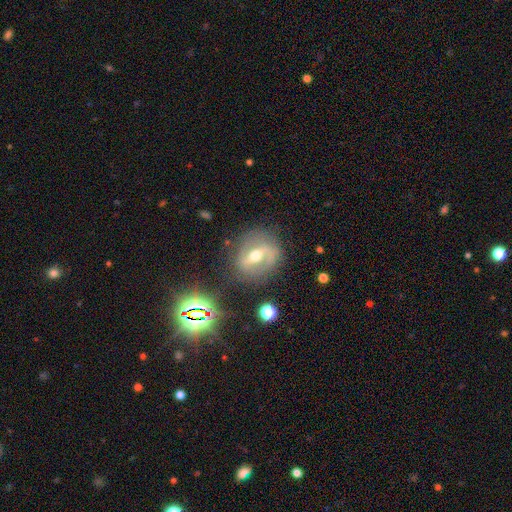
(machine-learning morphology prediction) The model was most divided on "bar": strong: 54%, weak: 33%, no: 13%. More confident: edge-on disk — no (92%); merging — none (74%); bulge size — moderate (72%); smooth or featured — featured or disk (72%); spiral arms — yes (64%).